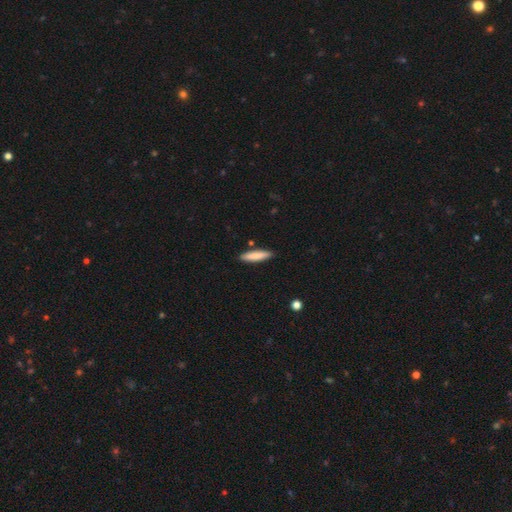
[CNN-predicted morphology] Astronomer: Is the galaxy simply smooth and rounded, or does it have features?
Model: smooth — 82%.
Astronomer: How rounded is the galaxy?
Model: cigar-shaped — 81%.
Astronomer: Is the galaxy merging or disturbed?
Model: none — 87%.